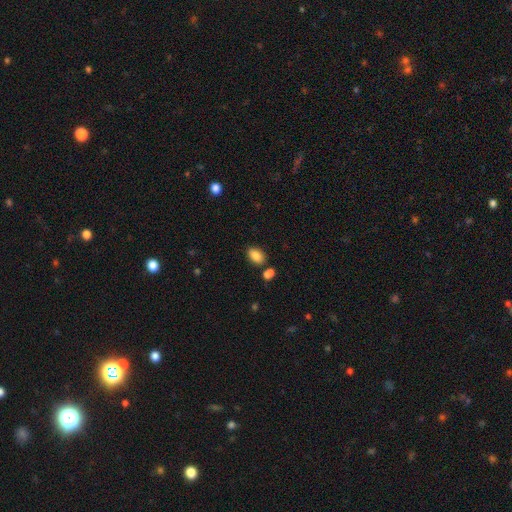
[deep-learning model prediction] A smooth galaxy with no disk features (85%) that is in between round and cigar-shaped (88%).

Vote fractions:
- Smooth or featured? smooth: 85% / star or artifact: 8% / featured or disk: 7%
- How rounded? in between: 88% / round: 11% / cigar-shaped: 1%
- Merging? none: 75% / merger: 11% / minor disturbance: 11% / major disturbance: 3%